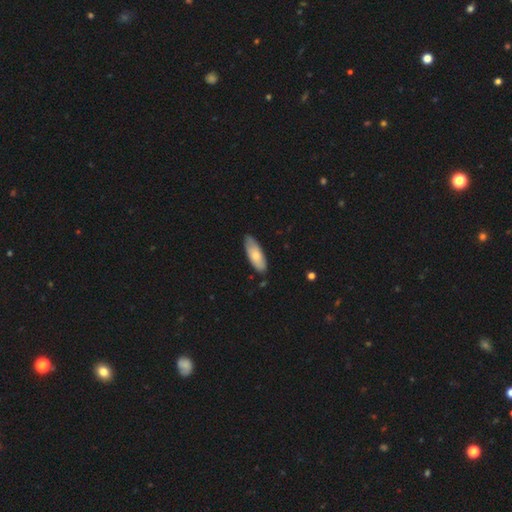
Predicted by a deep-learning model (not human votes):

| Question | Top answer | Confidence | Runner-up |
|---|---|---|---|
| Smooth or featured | smooth | 70% | featured or disk (25%) |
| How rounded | in between | 72% | cigar-shaped (26%) |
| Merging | none | 80% | minor disturbance (16%) |